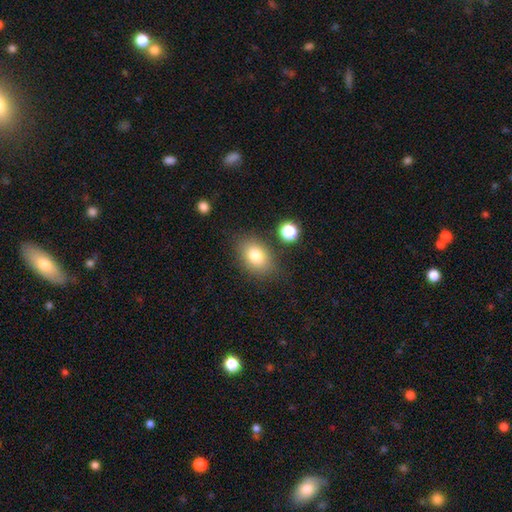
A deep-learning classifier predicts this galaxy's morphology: A smooth galaxy with no disk features (80%) that is in between round and cigar-shaped (74%). Merging: none (79%).